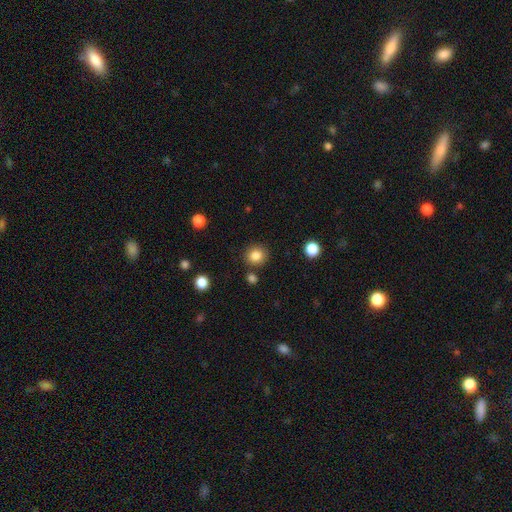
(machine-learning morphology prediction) type=smooth (84%); roundness=round (86%); merging=none (84%).